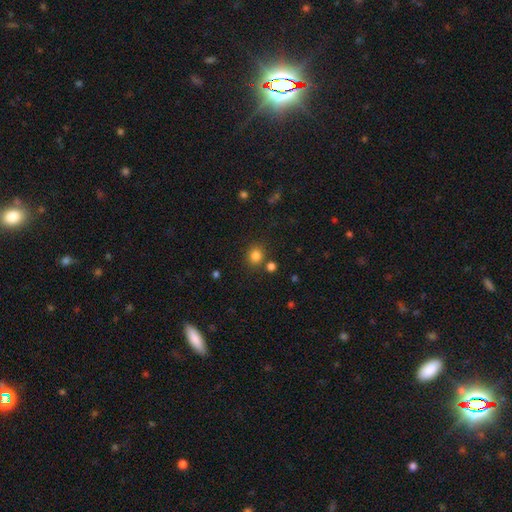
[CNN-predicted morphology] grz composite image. It shows a smooth galaxy with no disk features (82%) that is round (80%). Merging: none (80%).